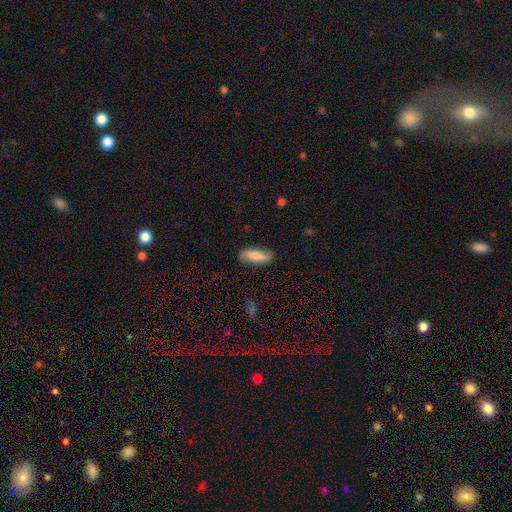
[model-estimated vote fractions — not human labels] smooth_or_featured: smooth (p=0.69) [alt: featured or disk p=0.24]
how_rounded: in between (p=0.63) [alt: cigar-shaped p=0.34]
merging: none (p=0.79) [alt: minor disturbance p=0.16]